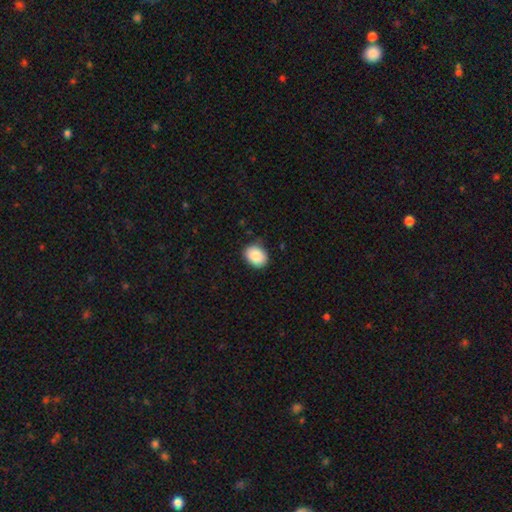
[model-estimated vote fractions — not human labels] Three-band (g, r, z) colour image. It shows a smooth galaxy with no disk features (88%) that is in between round and cigar-shaped (63%). Merging: none (84%).